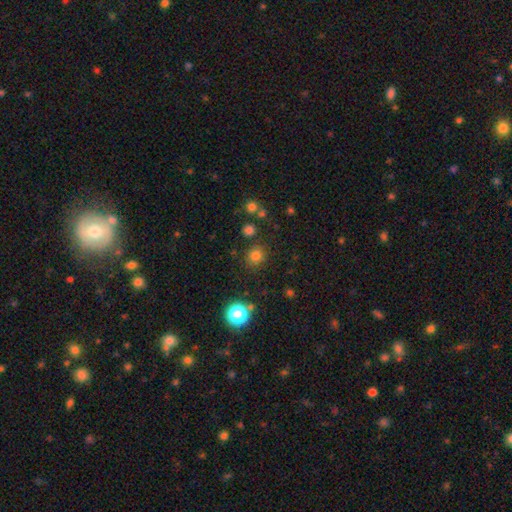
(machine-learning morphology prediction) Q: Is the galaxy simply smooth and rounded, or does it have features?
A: smooth — 77%.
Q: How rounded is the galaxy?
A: round — 85%.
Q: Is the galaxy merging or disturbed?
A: none — 86%.